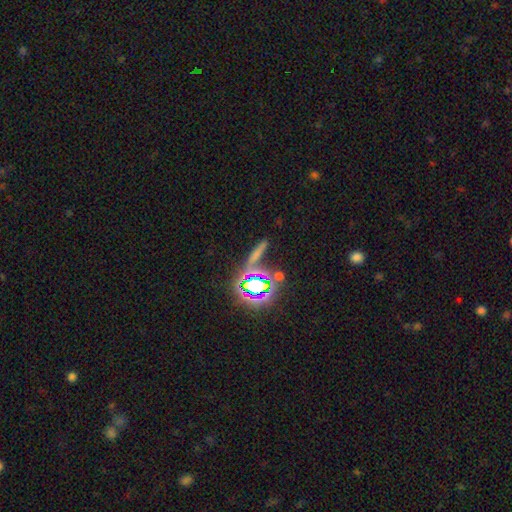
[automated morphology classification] Smooth or featured? Predicted: star or artifact (p=0.52).